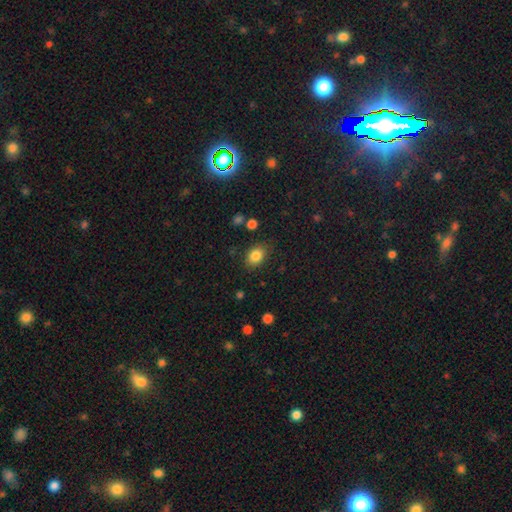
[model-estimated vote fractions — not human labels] Overall: smooth (85%). How rounded: in between (61%; round 38%). Merging: none (80%).